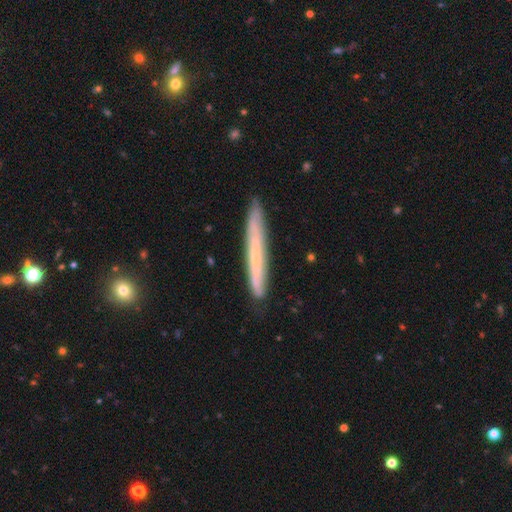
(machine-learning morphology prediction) Smooth or featured? smooth (48%)
Merging? none (88%)